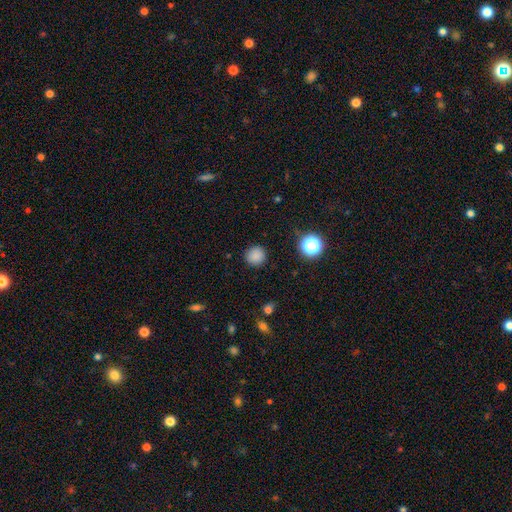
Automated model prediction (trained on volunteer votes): Smooth or featured?
  - smooth: 84% *
  - star or artifact: 13%
  - featured or disk: 3%
How rounded?
  - round: 93% *
  - in between: 6%
  - cigar-shaped: 1%
Merging?
  - none: 90% *
  - minor disturbance: 7%
  - major disturbance: 2%
  - merger: 1%